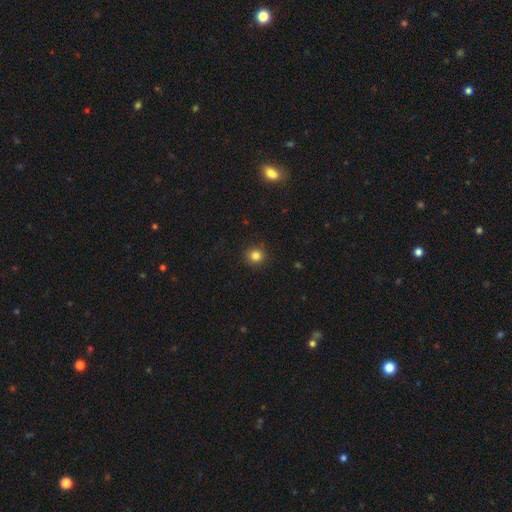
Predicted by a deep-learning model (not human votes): smooth-or-featured: smooth: 83% | star or artifact: 12% | featured or disk: 5%
  how-rounded: round: 91% | in between: 8% | cigar-shaped: 1%
  merging: none: 91% | minor disturbance: 6% | major disturbance: 2% | merger: 1%